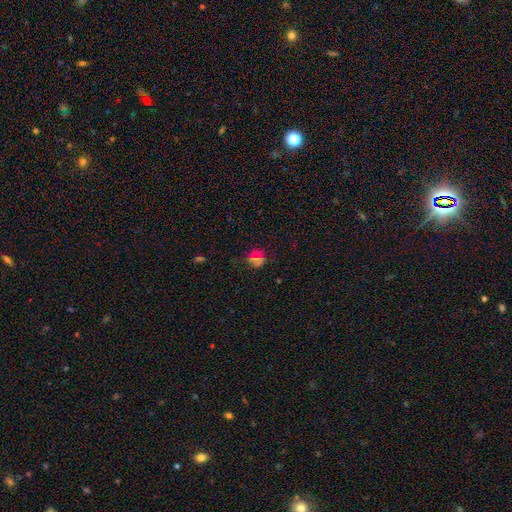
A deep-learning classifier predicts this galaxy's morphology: Smooth or featured? smooth (55%)
How rounded? round (82%)
Merging? none (74%)